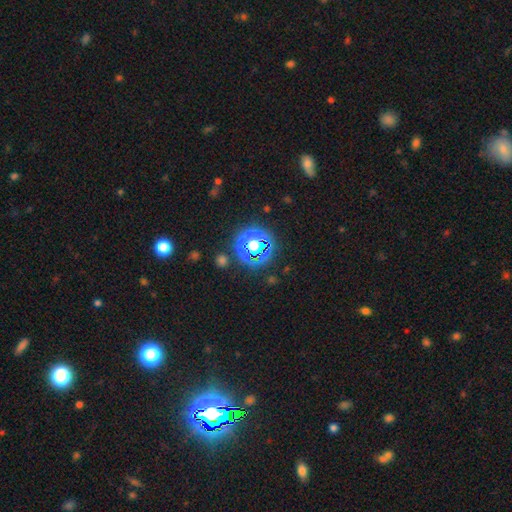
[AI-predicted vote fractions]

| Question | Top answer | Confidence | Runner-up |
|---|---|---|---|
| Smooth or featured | star or artifact | 79% | smooth (13%) |